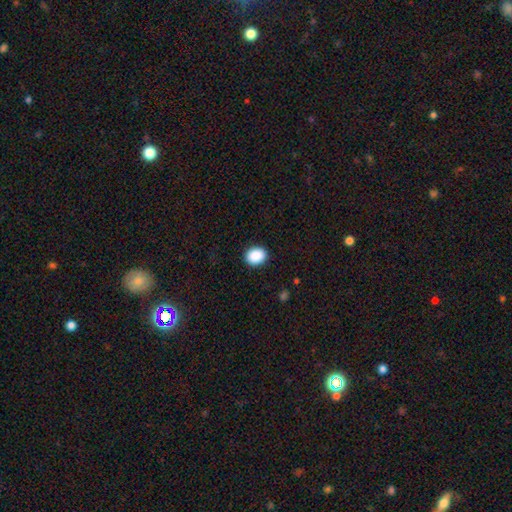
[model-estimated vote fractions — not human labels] A smooth galaxy with no disk features (90%) that is in between round and cigar-shaped (51%).

Vote fractions:
- Smooth or featured? smooth: 90% / star or artifact: 8% / featured or disk: 3%
- How rounded? in between: 51% / round: 48% / cigar-shaped: 1%
- Merging? none: 90% / minor disturbance: 7% / major disturbance: 2% / merger: 1%